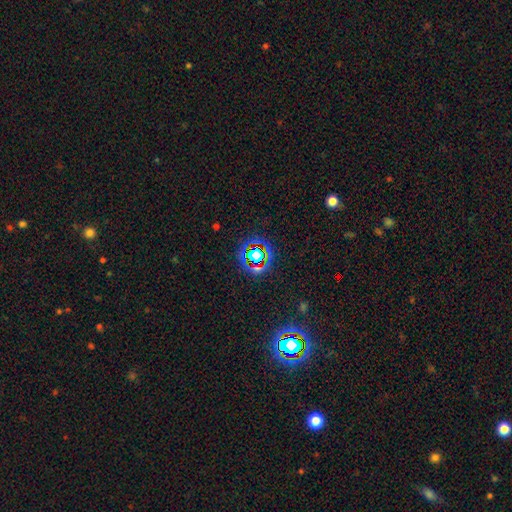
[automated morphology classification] Smooth or featured? Predicted: star or artifact (p=0.64).